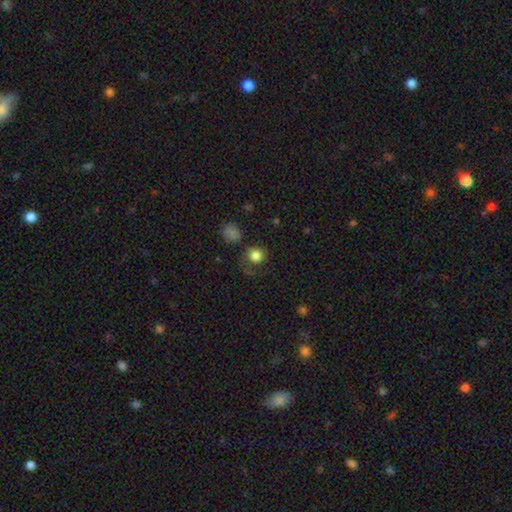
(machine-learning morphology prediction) Smooth or featured? Predicted: smooth (p=0.81). How rounded? Predicted: round (p=0.86). Merging? Predicted: none (p=0.62).